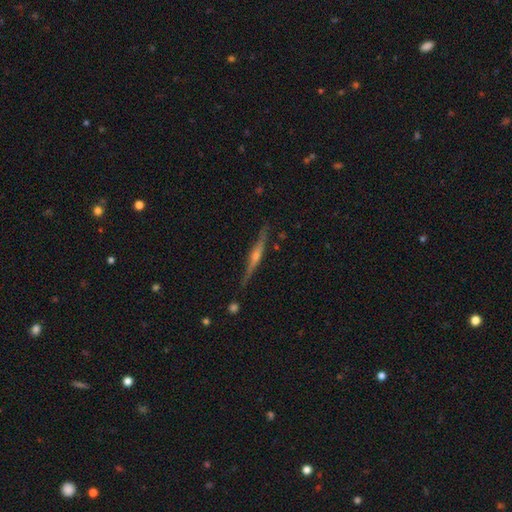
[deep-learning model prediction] smooth-or-featured: featured or disk: 80% | smooth: 13% | star or artifact: 6%
  disk-edge-on: yes: 98% | no: 2%
    edge-on-bulge: rounded: 78% | boxy: 12% | none: 10%
  merging: none: 88% | minor disturbance: 9% | major disturbance: 2% | merger: 2%